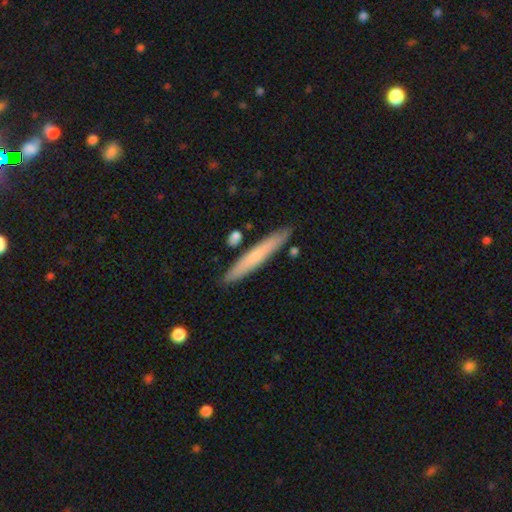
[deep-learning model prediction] The model was most divided on "smooth or featured": smooth: 63%, featured or disk: 31%, star or artifact: 6%. More confident: how rounded — cigar-shaped (95%); merging — none (87%).